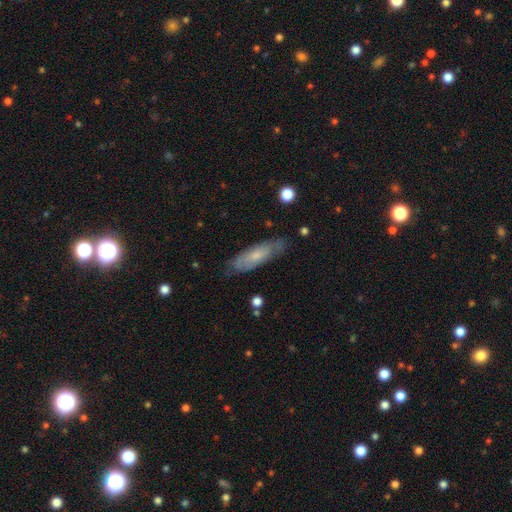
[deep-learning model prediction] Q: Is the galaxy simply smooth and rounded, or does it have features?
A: smooth — 49%.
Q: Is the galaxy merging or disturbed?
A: none — 75%.